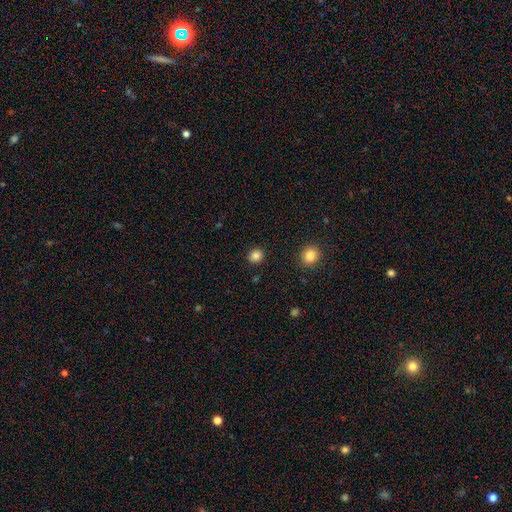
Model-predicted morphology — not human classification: The model was most divided on "how rounded": round: 84%, in between: 15%, cigar-shaped: 1%. More confident: merging — none (90%); smooth or featured — smooth (85%).